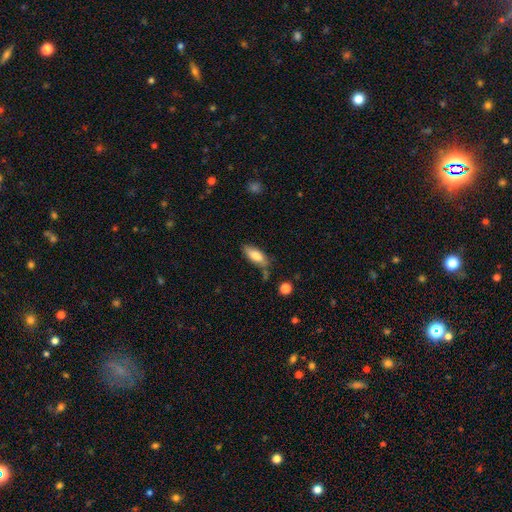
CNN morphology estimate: A smooth galaxy with no disk features (78%) that is in between round and cigar-shaped (75%).

Vote fractions:
- Smooth or featured? smooth: 78% / featured or disk: 15% / star or artifact: 7%
- How rounded? in between: 75% / cigar-shaped: 23% / round: 2%
- Merging? none: 64% / minor disturbance: 24% / merger: 7% / major disturbance: 5%